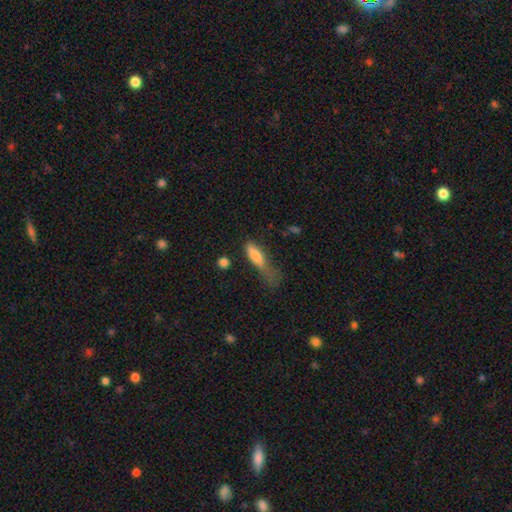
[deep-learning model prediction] The model was most divided on "how rounded": in between: 49%, cigar-shaped: 47%, round: 4%. Remaining: smooth or featured — smooth (75%); merging — major disturbance (42%).